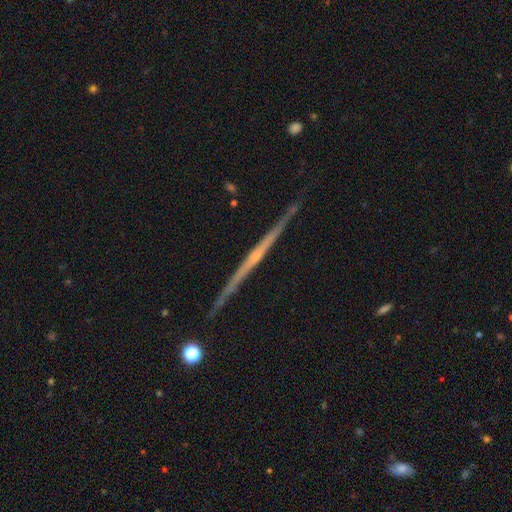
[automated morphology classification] Smooth or featured? Predicted: featured or disk (p=0.79). Edge-on disk? Predicted: yes (p=0.98). Edge-on bulge? Predicted: none (p=0.64). Merging? Predicted: none (p=0.89).